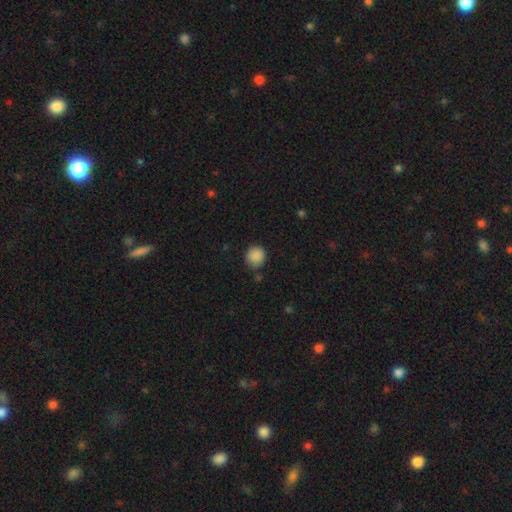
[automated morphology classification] The model was most divided on "merging": none: 78%, minor disturbance: 16%, major disturbance: 3%, merger: 3%. More confident: smooth or featured — smooth (88%); how rounded — round (86%).